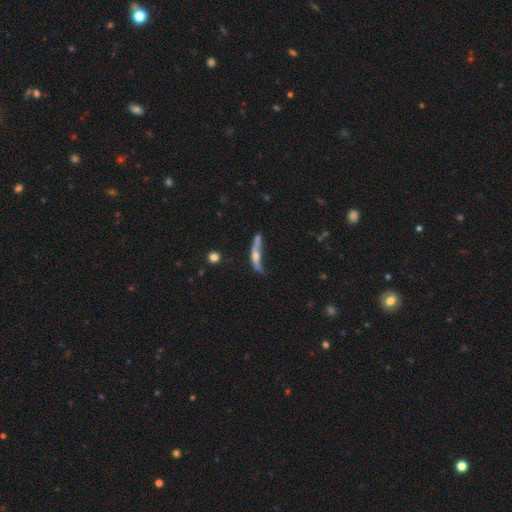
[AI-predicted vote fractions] A featured or disk galaxy (51%) viewed edge-on (76%). Merging: none (35%).